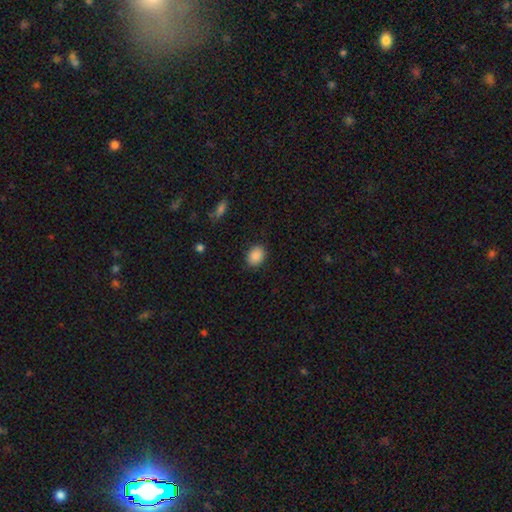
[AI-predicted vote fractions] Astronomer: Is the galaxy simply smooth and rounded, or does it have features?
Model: smooth — 88%.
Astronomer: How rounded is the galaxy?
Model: in between — 62% (runner-up: round, 37%).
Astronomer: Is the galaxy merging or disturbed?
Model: none — 87%.